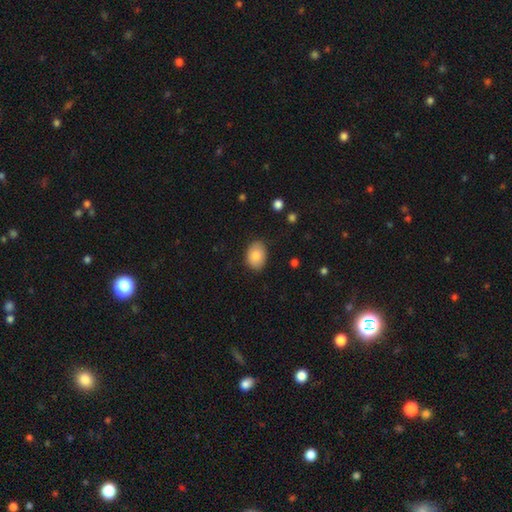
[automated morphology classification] Smooth or featured? smooth (85%)
How rounded? in between (77%)
Merging? none (85%)